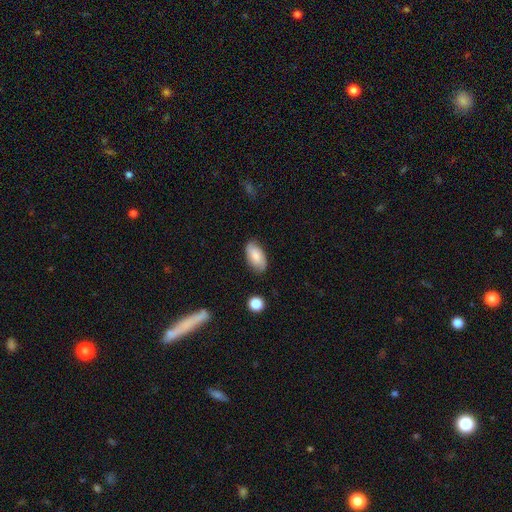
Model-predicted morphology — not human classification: Overall: smooth (76%). How rounded: in between (94%). Merging: none (80%).